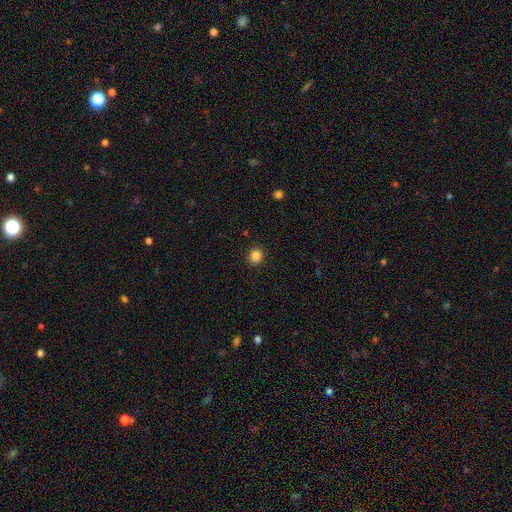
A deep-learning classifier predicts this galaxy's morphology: Smooth or featured?
  - smooth: 86% *
  - star or artifact: 11%
  - featured or disk: 3%
How rounded?
  - round: 89% *
  - in between: 10%
  - cigar-shaped: 1%
Merging?
  - none: 91% *
  - minor disturbance: 6%
  - major disturbance: 2%
  - merger: 1%